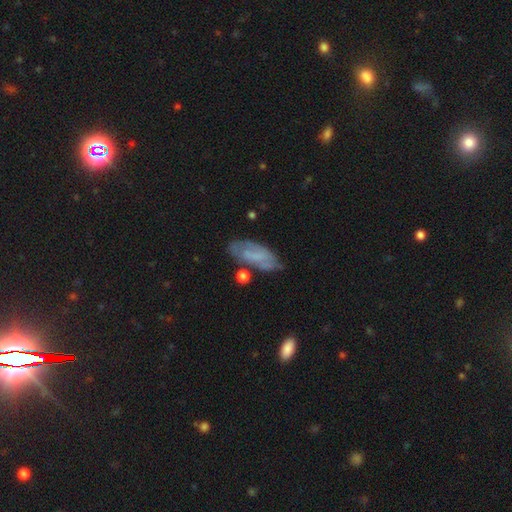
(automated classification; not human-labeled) This is possibly a smooth galaxy (48%). Merging: likely none (62%).